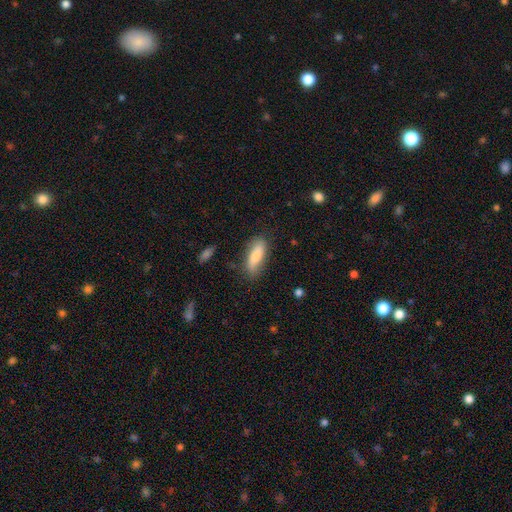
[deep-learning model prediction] A smooth galaxy with no disk features (72%) that is in between round and cigar-shaped (64%). Merging: none (78%).